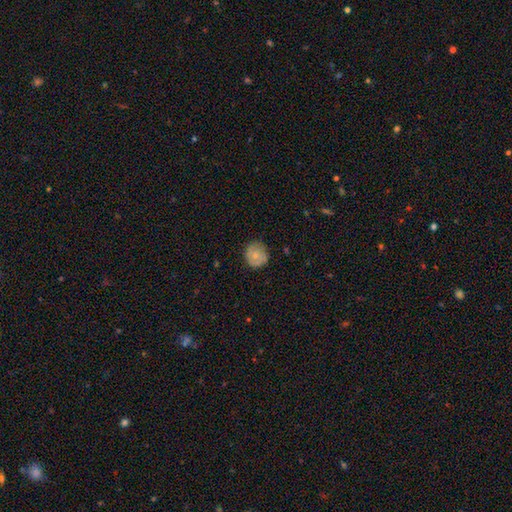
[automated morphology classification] smooth_or_featured: smooth (p=0.70) [alt: featured or disk p=0.22]
how_rounded: round (p=0.85) [alt: in between p=0.14]
merging: none (p=0.75) [alt: minor disturbance p=0.20]